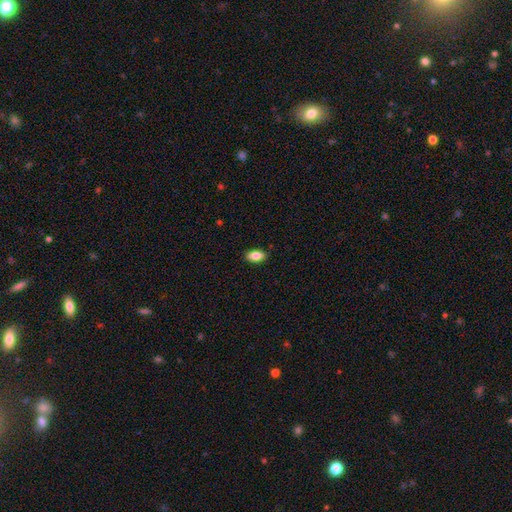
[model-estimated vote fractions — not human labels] Smooth or featured?
  - smooth: 84% *
  - featured or disk: 9%
  - star or artifact: 7%
How rounded?
  - in between: 91% *
  - cigar-shaped: 5%
  - round: 4%
Merging?
  - none: 88% *
  - minor disturbance: 9%
  - major disturbance: 2%
  - merger: 1%